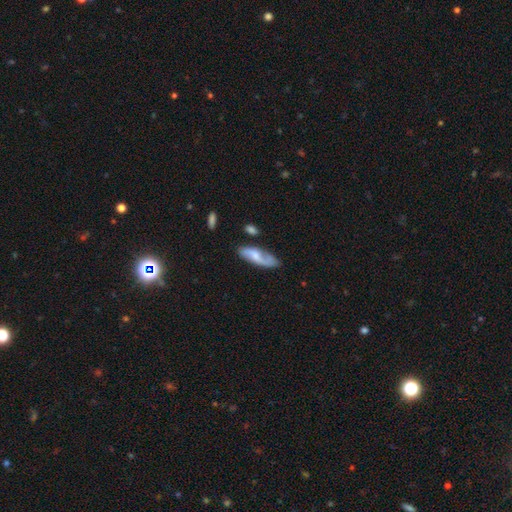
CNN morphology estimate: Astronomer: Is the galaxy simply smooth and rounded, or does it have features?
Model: featured or disk — 59% (runner-up: smooth, 35%).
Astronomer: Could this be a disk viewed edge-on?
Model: no — 88%.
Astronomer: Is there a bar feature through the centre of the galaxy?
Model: no — 48% (runner-up: weak, 42%).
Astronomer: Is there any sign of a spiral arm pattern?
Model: yes — 91%.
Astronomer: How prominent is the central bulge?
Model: moderate — 39% (runner-up: small, 35%).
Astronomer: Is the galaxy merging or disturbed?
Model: none — 66%.